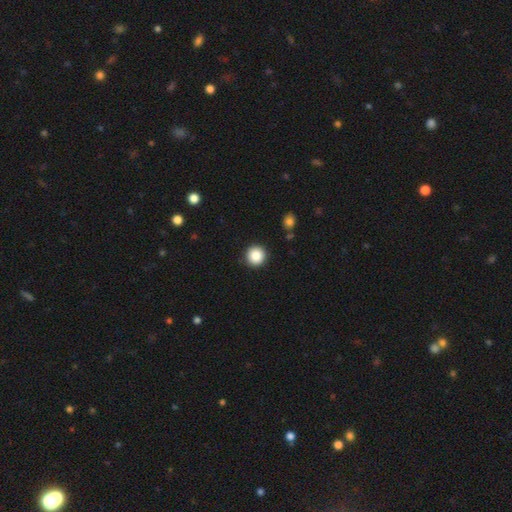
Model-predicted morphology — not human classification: Smooth or featured?
  - smooth: 86% *
  - star or artifact: 9%
  - featured or disk: 4%
How rounded?
  - round: 96% *
  - in between: 3%
  - cigar-shaped: 1%
Merging?
  - none: 92% *
  - minor disturbance: 5%
  - major disturbance: 2%
  - merger: 1%